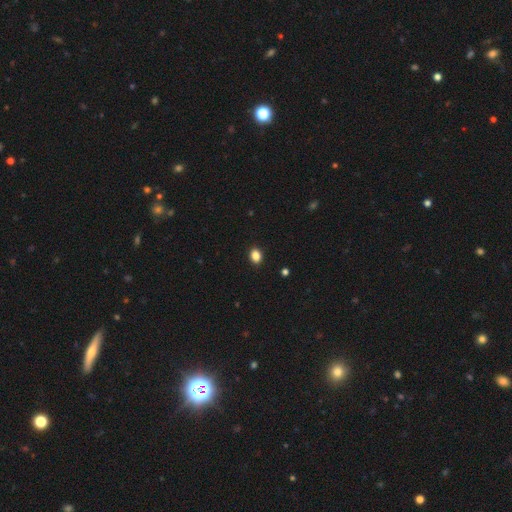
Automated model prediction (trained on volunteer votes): Q: Smooth or featured?
A: smooth (86%); runner-up: star or artifact (10%)
Q: How rounded?
A: in between (62%); runner-up: round (37%)
Q: Merging?
A: none (91%); runner-up: minor disturbance (6%)